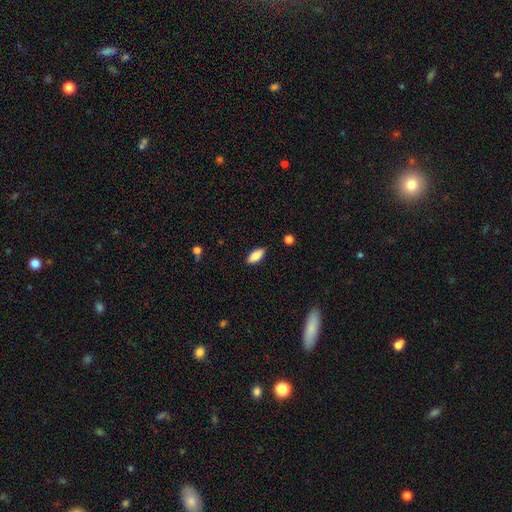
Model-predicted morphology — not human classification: Overall: smooth (82%). How rounded: in between (83%). Merging: none (87%).